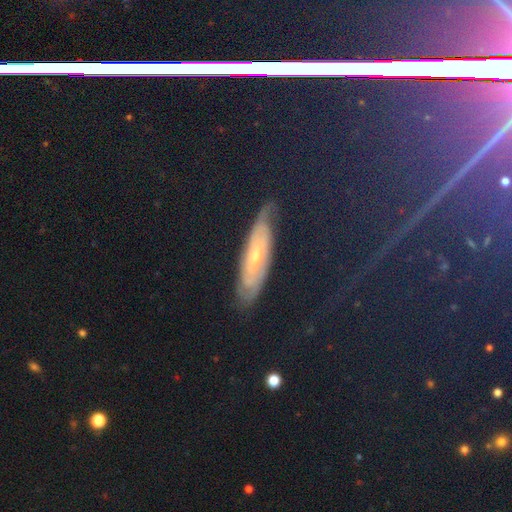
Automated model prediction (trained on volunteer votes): Smooth or featured? featured or disk (48%)
Merging? none (80%)